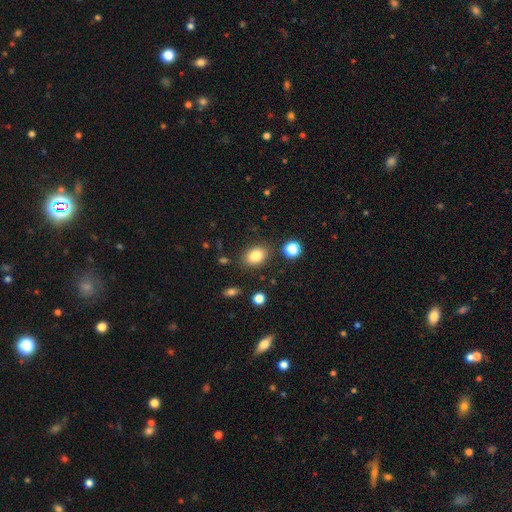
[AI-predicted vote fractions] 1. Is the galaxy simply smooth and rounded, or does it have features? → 82% smooth, 10% star or artifact, 8% featured or disk.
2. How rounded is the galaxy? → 74% in between, 25% round, 1% cigar-shaped.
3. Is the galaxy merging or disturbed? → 83% none, 10% minor disturbance, 4% merger, 3% major disturbance.